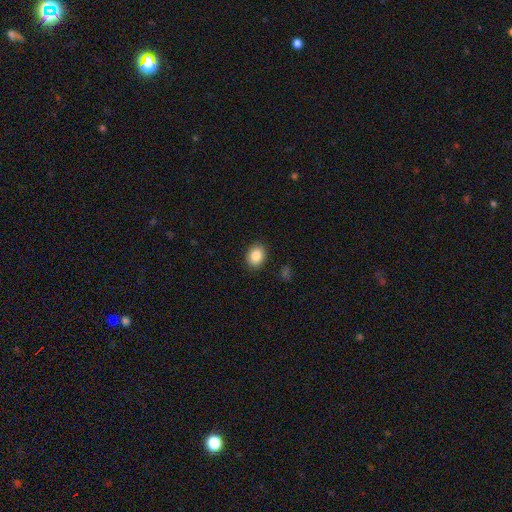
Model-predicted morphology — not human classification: Smooth or featured?
  - smooth: 87% *
  - star or artifact: 8%
  - featured or disk: 5%
How rounded?
  - in between: 59% *
  - round: 40%
  - cigar-shaped: 1%
Merging?
  - none: 89% *
  - minor disturbance: 8%
  - major disturbance: 2%
  - merger: 1%